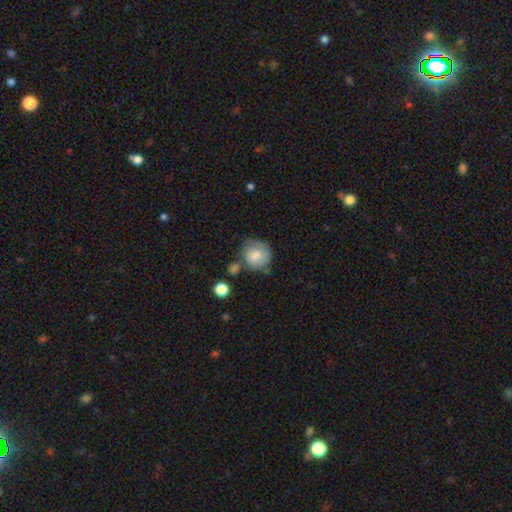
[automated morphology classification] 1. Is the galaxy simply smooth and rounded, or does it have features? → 78% smooth, 15% featured or disk, 8% star or artifact.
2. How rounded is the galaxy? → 86% round, 13% in between, 1% cigar-shaped.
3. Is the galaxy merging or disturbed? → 59% none, 23% minor disturbance, 11% merger, 7% major disturbance.